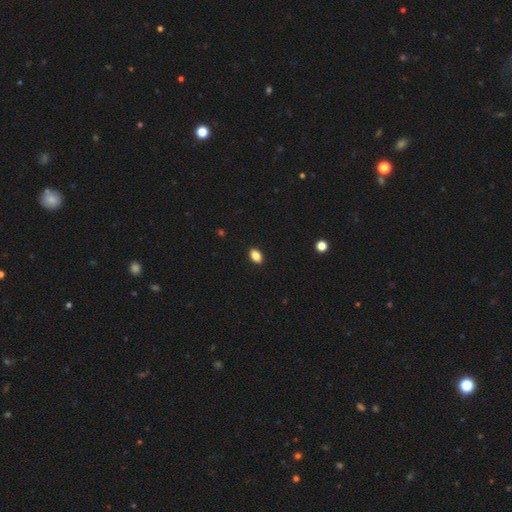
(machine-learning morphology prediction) The model was most divided on "how rounded": in between: 87%, round: 12%, cigar-shaped: 2%. More confident: merging — none (90%); smooth or featured — smooth (87%).